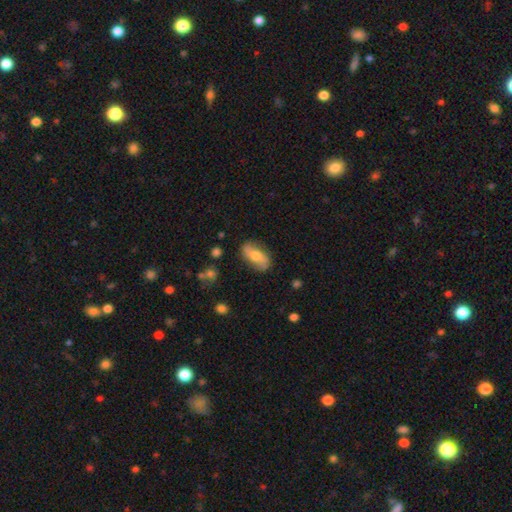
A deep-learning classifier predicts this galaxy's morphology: The model was most divided on "smooth or featured": featured or disk: 55%, smooth: 38%, star or artifact: 7%. More confident: edge-on disk — no (88%); merging — none (78%).